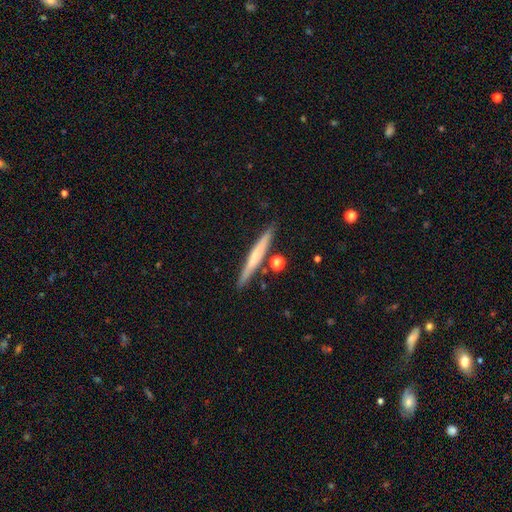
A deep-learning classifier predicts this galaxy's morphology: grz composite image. It shows a smooth galaxy with no disk features (49%). Merging: none (87%).